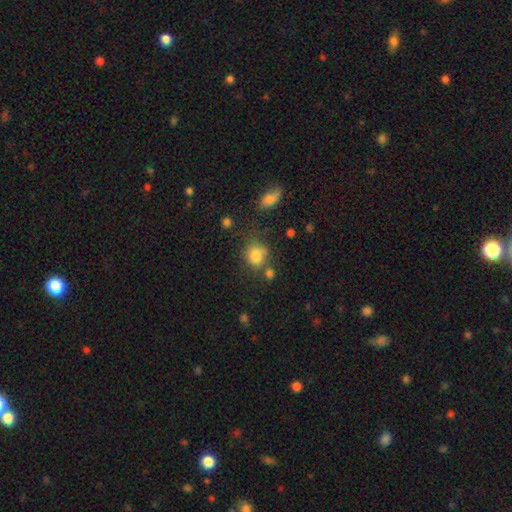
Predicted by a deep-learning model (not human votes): Smooth or featured? Predicted: smooth (p=0.80). How rounded? Predicted: round (p=0.67). Merging? Predicted: none (p=0.60).